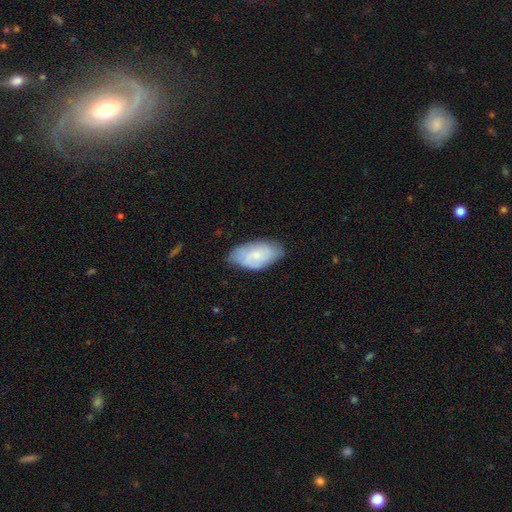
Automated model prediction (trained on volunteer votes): smooth_or_featured: smooth (p=0.67) [alt: featured or disk p=0.26]
how_rounded: in between (p=0.94) [alt: cigar-shaped p=0.03]
merging: none (p=0.66) [alt: minor disturbance p=0.28]